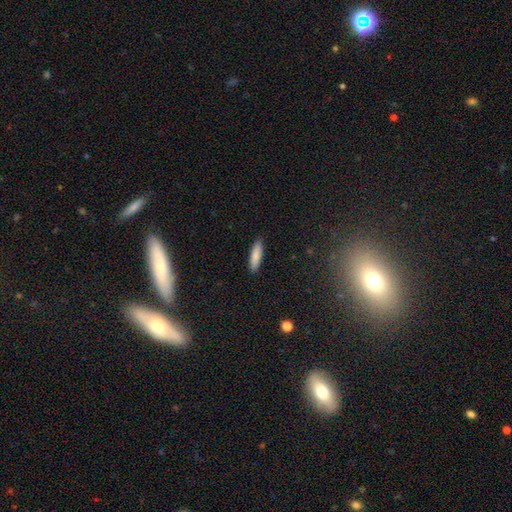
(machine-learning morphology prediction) A smooth galaxy with no disk features (84%) that is cigar-shaped (66%). Merging: none (90%).